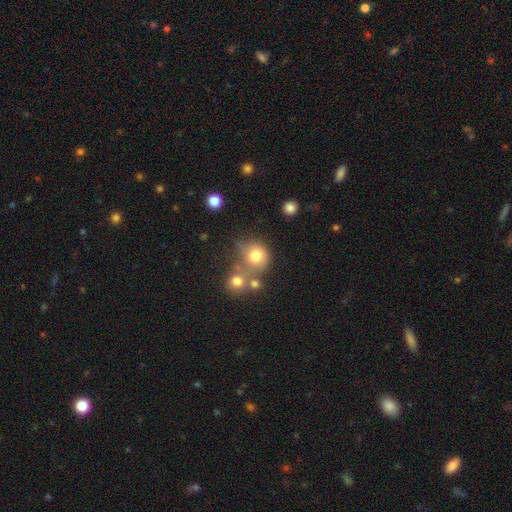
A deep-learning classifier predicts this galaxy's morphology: Smooth or featured: smooth — 76% (star or artifact — 13%)
How rounded: round — 82% (in between — 17%)
Merging: none — 40% (merger — 37%)